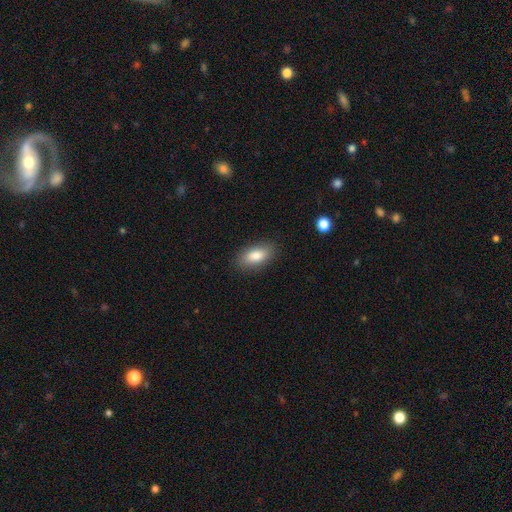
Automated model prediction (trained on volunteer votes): This appears to be a smooth galaxy with no disk features (83%) that is in between round and cigar-shaped (90%). Merging: none (86%).